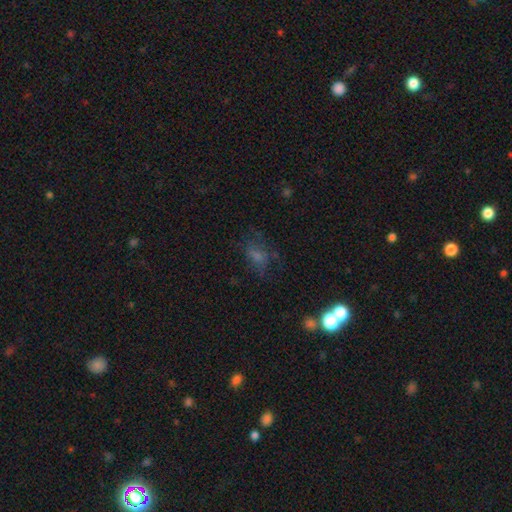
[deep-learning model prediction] star or artifact 38%, smooth 36%, featured or disk 27%.